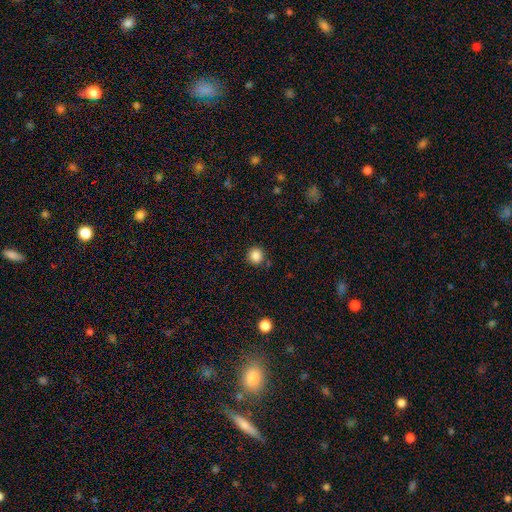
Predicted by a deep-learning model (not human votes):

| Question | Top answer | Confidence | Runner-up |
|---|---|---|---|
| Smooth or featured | smooth | 86% | star or artifact (10%) |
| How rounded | round | 94% | in between (6%) |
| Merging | none | 88% | minor disturbance (7%) |